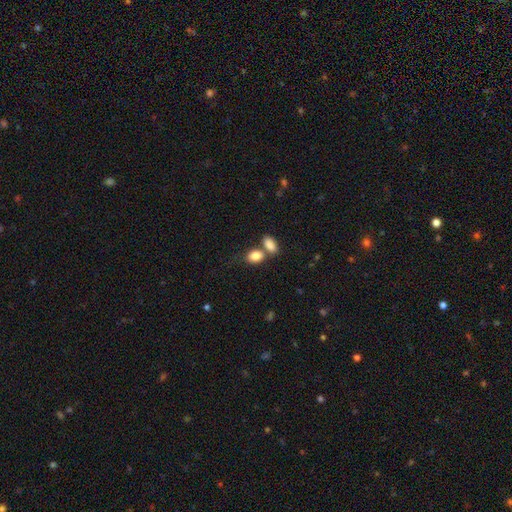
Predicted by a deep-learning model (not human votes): Smooth or featured? smooth (85%)
How rounded? in between (80%)
Merging? merger (45%)